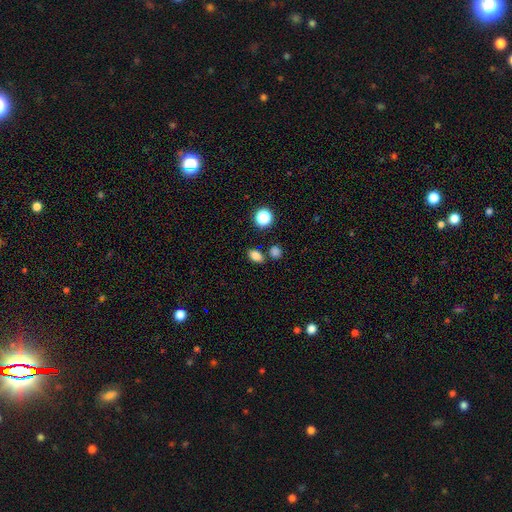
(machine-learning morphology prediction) A smooth galaxy with no disk features (81%) that is in between round and cigar-shaped (79%).

Vote fractions:
- Smooth or featured? smooth: 81% / star or artifact: 13% / featured or disk: 6%
- How rounded? in between: 79% / round: 18% / cigar-shaped: 2%
- Merging? none: 78% / minor disturbance: 10% / merger: 8% / major disturbance: 3%